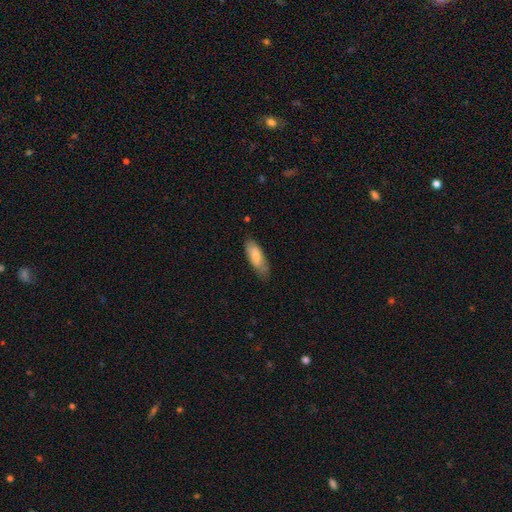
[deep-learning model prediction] Smooth or featured?
  - smooth: 77% *
  - featured or disk: 17%
  - star or artifact: 6%
How rounded?
  - in between: 65% *
  - cigar-shaped: 33%
  - round: 2%
Merging?
  - none: 63% *
  - minor disturbance: 29%
  - major disturbance: 7%
  - merger: 2%